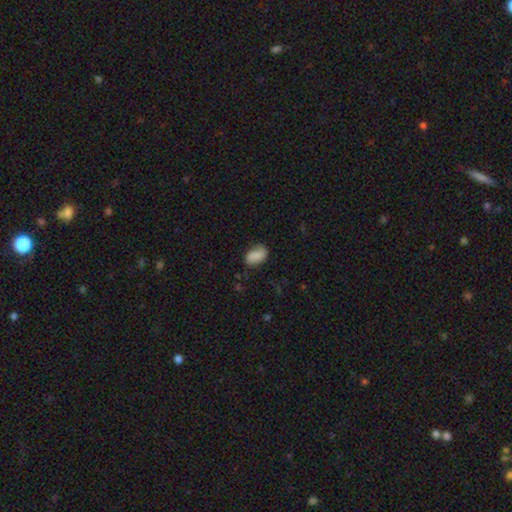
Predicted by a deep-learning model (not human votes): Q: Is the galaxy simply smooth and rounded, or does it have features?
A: smooth — 74%.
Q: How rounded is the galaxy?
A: in between — 90%.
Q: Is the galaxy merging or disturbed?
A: none — 67%.